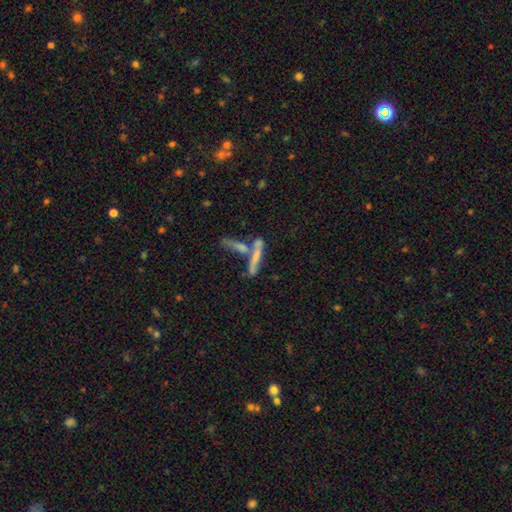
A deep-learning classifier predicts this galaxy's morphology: The model was most divided on "smooth or featured": smooth: 48%, featured or disk: 40%, star or artifact: 12%. Remaining: merging — merger (46%).